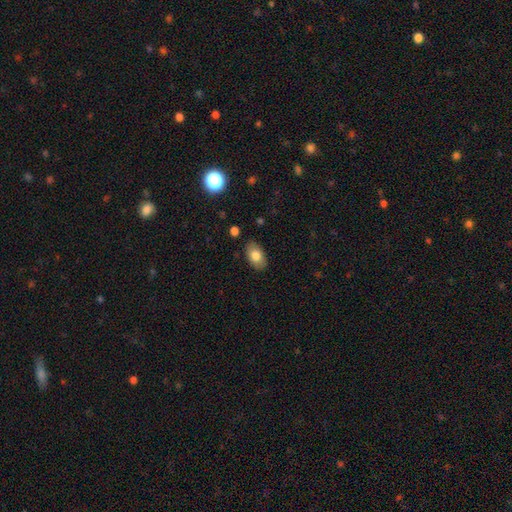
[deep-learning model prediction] A smooth galaxy with no disk features (79%) that is in between round and cigar-shaped (92%). Merging: none (85%).